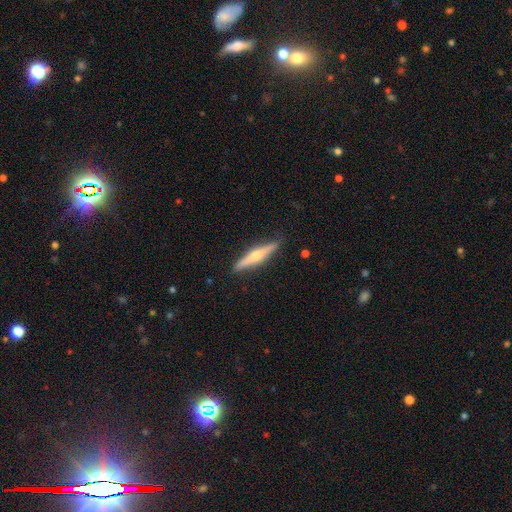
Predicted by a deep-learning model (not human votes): Morphology: type=featured or disk (64%); edge-on=yes (97%); edge-on bulge=rounded (89%); merging=none (90%).